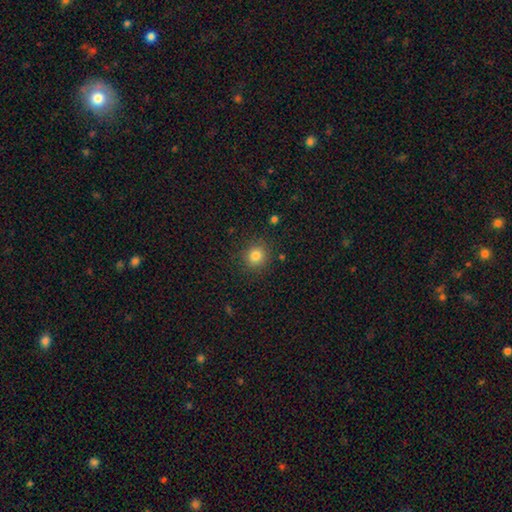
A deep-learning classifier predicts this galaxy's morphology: The model was most divided on "smooth or featured": smooth: 82%, star or artifact: 12%, featured or disk: 6%. More confident: how rounded — round (90%); merging — none (88%).